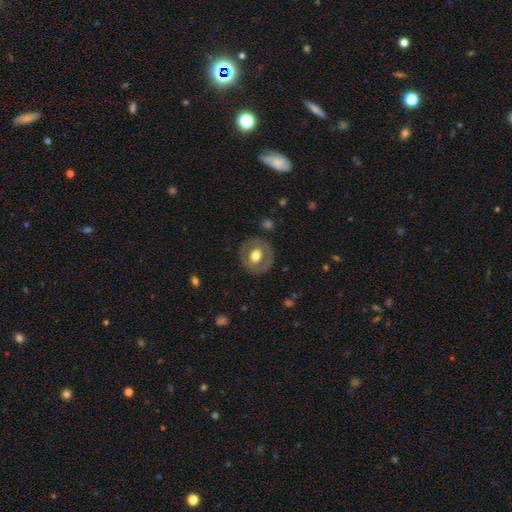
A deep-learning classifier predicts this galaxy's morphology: A smooth galaxy with no disk features (50%) that is round (83%). Merging: none (84%).